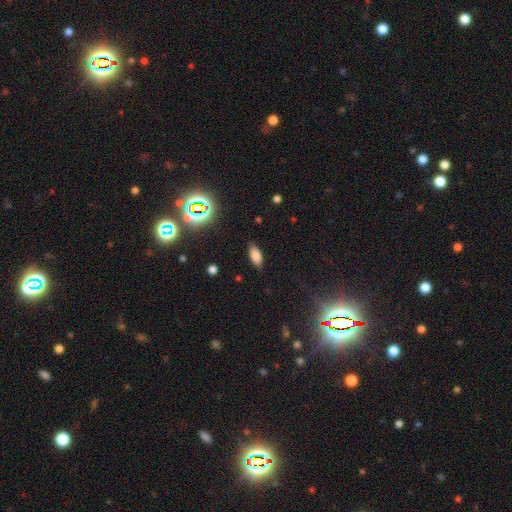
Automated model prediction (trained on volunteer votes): This is likely a smooth galaxy (78%). How rounded: clearly in between (87%). Merging: clearly none (85%).